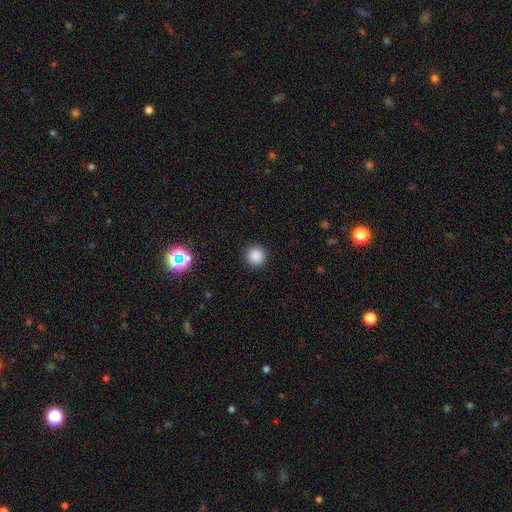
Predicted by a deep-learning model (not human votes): Smooth or featured: smooth — 86% (star or artifact — 11%)
How rounded: round — 95% (in between — 4%)
Merging: none — 91% (minor disturbance — 5%)